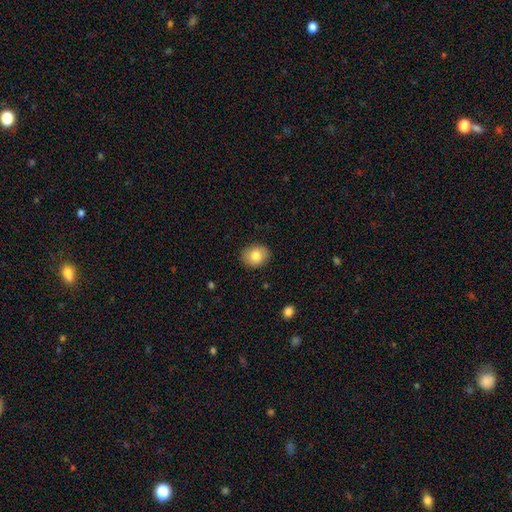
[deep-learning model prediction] A smooth galaxy with no disk features (81%) that is round (51%). Merging: none (88%).